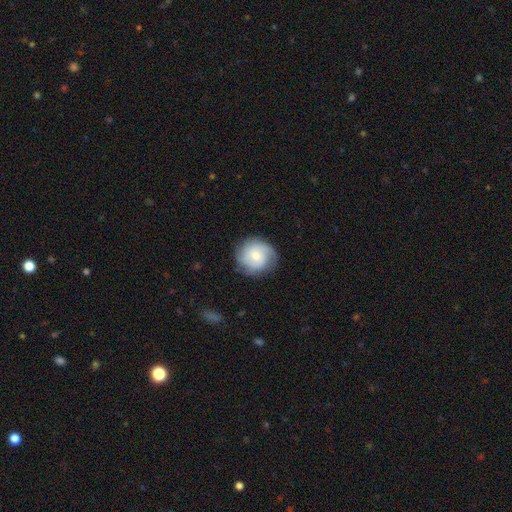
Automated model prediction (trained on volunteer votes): Smooth or featured: smooth — 49% (featured or disk — 44%)
Merging: none — 78% (minor disturbance — 16%)